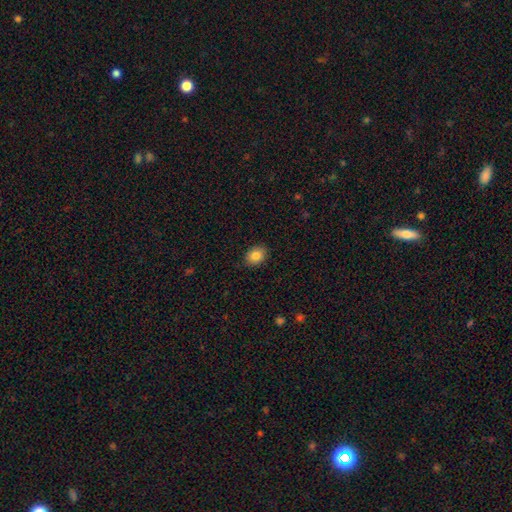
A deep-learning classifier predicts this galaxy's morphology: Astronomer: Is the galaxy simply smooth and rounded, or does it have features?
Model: smooth — 84%.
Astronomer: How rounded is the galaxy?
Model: in between — 61% (runner-up: round, 38%).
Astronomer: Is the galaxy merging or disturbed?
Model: none — 89%.